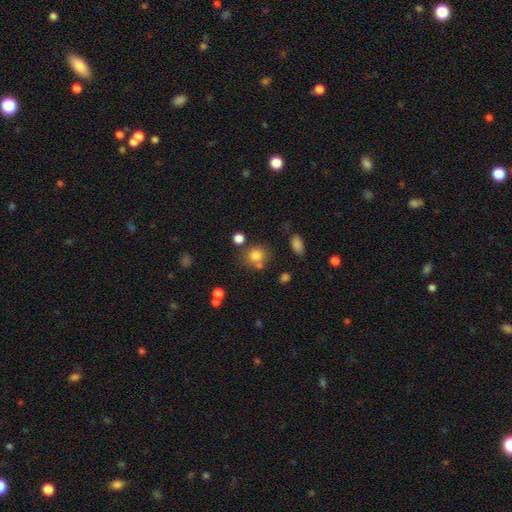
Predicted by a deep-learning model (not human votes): A smooth galaxy with no disk features (79%) that is round (78%).

Vote fractions:
- Smooth or featured? smooth: 79% / star or artifact: 13% / featured or disk: 8%
- How rounded? round: 78% / in between: 21% / cigar-shaped: 1%
- Merging? none: 66% / merger: 15% / minor disturbance: 13% / major disturbance: 5%